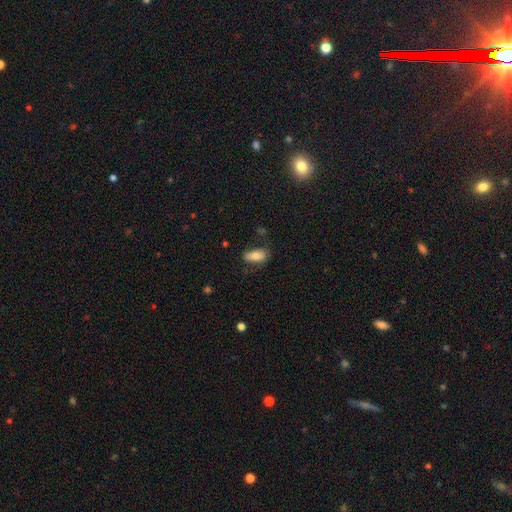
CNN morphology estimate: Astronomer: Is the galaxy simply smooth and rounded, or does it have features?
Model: smooth — 74%.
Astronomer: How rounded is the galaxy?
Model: in between — 85%.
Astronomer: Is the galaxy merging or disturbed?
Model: none — 71%.